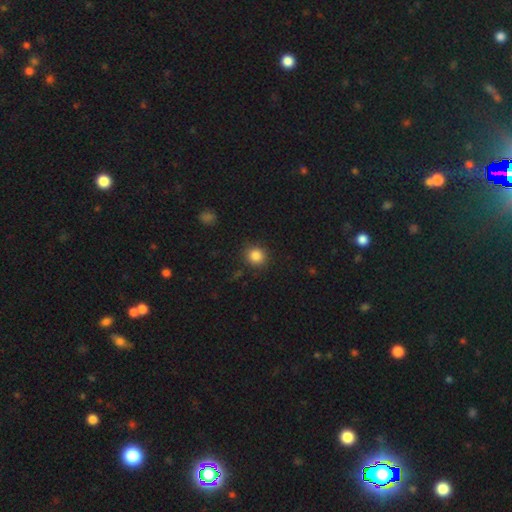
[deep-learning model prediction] This is clearly a smooth galaxy (85%). How rounded: clearly round (87%). Merging: clearly none (88%).